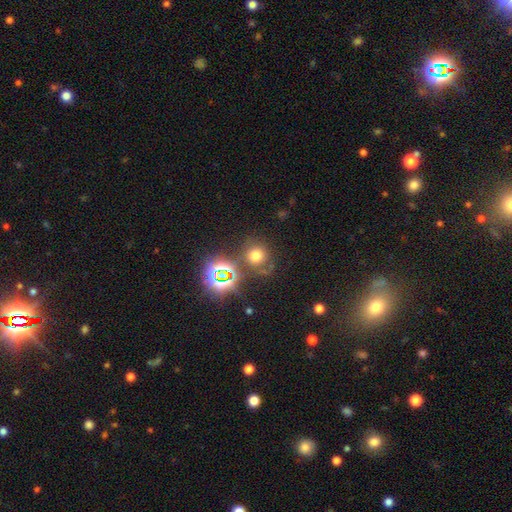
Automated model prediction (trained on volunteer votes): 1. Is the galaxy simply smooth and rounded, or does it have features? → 62% smooth, 29% star or artifact, 9% featured or disk.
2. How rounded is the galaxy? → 88% round, 11% in between, 1% cigar-shaped.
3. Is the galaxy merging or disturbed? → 73% none, 11% minor disturbance, 10% merger, 6% major disturbance.